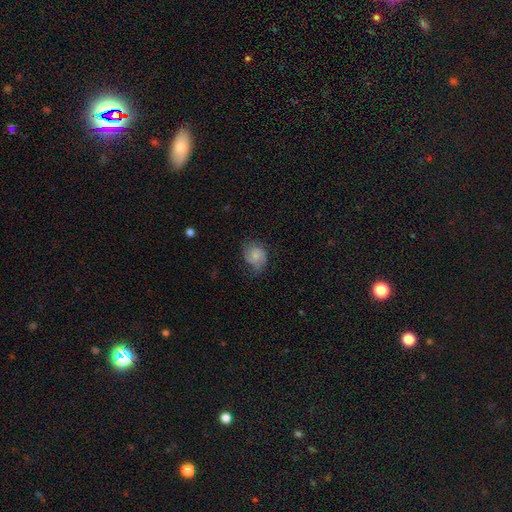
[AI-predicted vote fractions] smooth 63%, featured or disk 29%, star or artifact 8%. Down the decision tree: how rounded — round (53%); merging — none (49%).